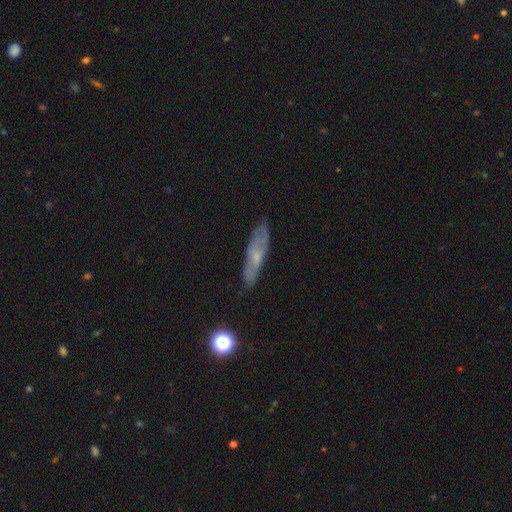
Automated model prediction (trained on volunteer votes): Smooth or featured? Predicted: featured or disk (p=0.51). Edge-on disk? Predicted: no (p=0.55). Merging? Predicted: none (p=0.76).